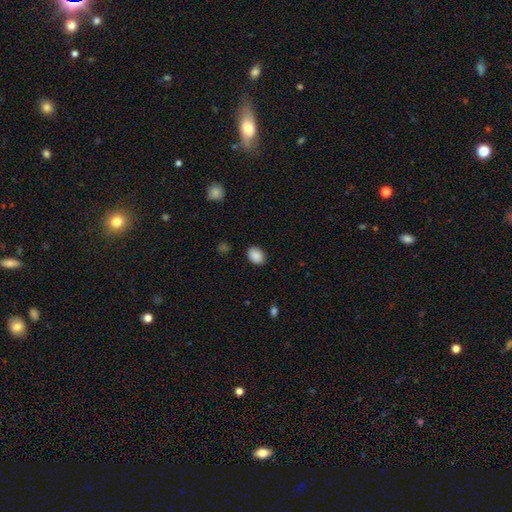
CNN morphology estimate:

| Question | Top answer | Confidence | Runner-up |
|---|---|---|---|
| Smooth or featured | smooth | 89% | star or artifact (8%) |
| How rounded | in between | 71% | round (28%) |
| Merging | none | 87% | minor disturbance (9%) |